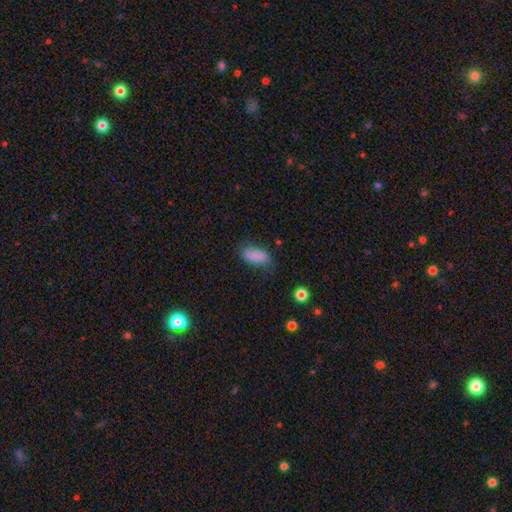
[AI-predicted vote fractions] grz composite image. It shows a smooth galaxy with no disk features (81%) that is in between round and cigar-shaped (89%). Merging: none (59%).